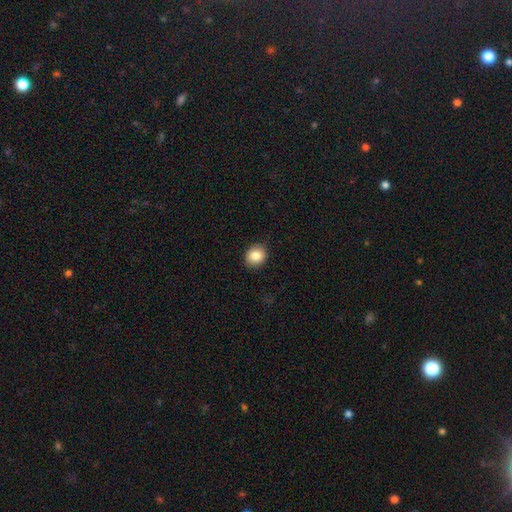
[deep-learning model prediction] Overall: smooth (86%). How rounded: round (66%; in between 33%). Merging: none (88%).